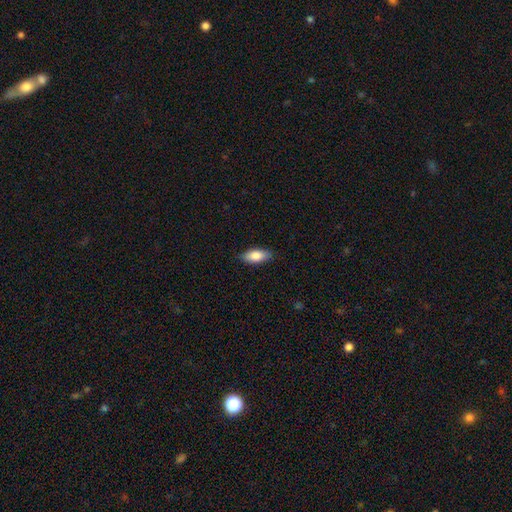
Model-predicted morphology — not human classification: smooth 83%, featured or disk 11%, star or artifact 6%. Down the decision tree: how rounded — in between (82%); merging — none (86%).